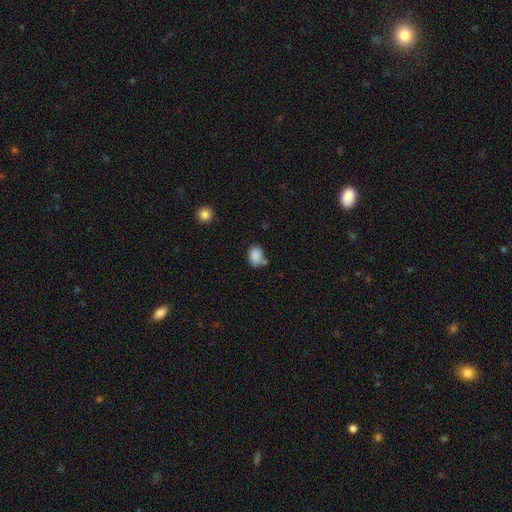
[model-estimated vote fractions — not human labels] Q: Smooth or featured?
A: smooth (86%); runner-up: star or artifact (9%)
Q: How rounded?
A: in between (67%); runner-up: round (32%)
Q: Merging?
A: none (61%); runner-up: minor disturbance (20%)